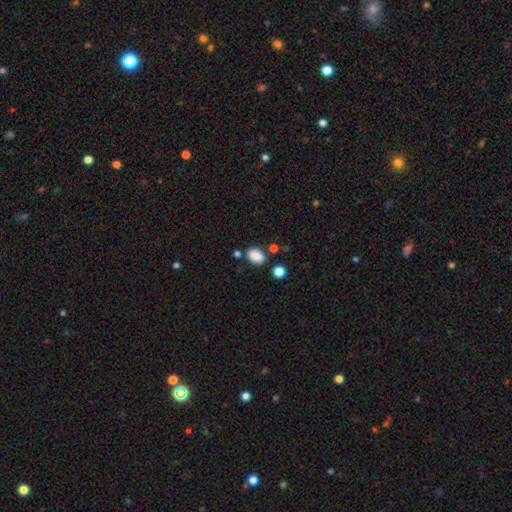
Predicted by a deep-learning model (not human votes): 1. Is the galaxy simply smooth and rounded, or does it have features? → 85% smooth, 10% star or artifact, 5% featured or disk.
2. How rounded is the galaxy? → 81% in between, 18% round, 1% cigar-shaped.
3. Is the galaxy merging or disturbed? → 71% none, 16% minor disturbance, 9% merger, 4% major disturbance.